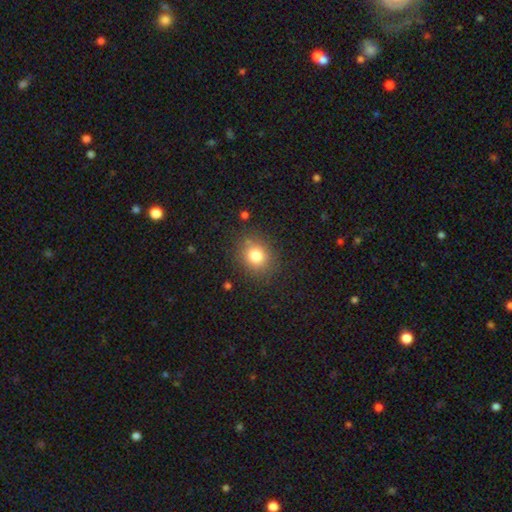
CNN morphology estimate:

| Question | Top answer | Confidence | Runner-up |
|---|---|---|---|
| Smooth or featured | smooth | 80% | star or artifact (12%) |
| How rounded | round | 72% | in between (28%) |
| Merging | none | 84% | minor disturbance (10%) |